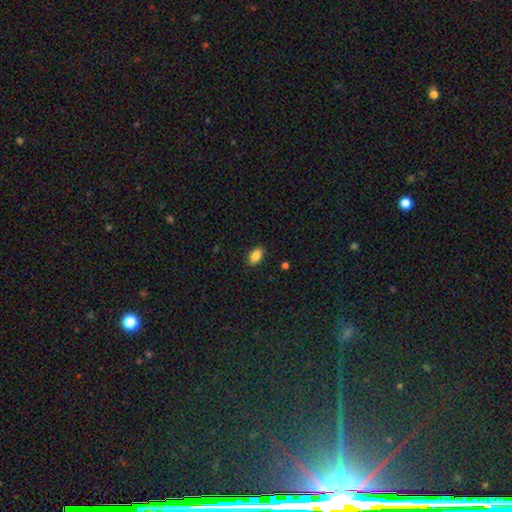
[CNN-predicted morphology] smooth 85%, star or artifact 8%, featured or disk 7%. Down the decision tree: how rounded — in between (91%); merging — none (87%).